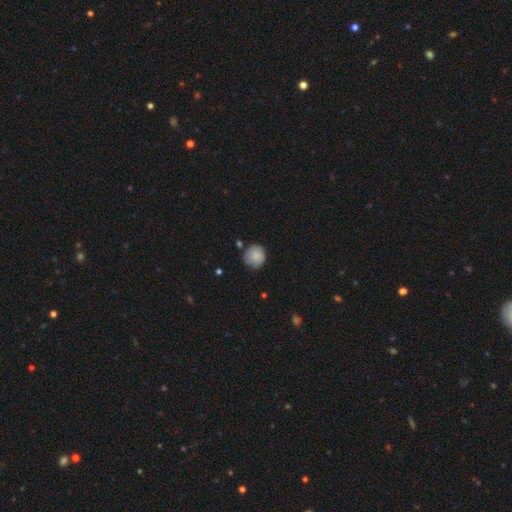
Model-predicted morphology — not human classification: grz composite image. It shows a smooth galaxy with no disk features (85%) that is round (92%). Merging: none (78%).